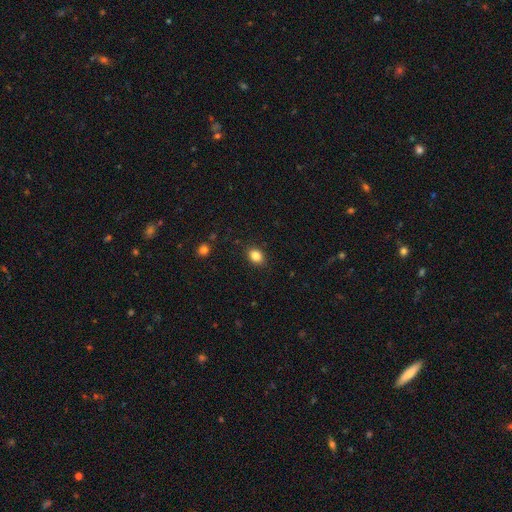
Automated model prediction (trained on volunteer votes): Smooth or featured?
  - smooth: 84% *
  - star or artifact: 10%
  - featured or disk: 5%
How rounded?
  - in between: 61% *
  - round: 38%
  - cigar-shaped: 1%
Merging?
  - none: 87% *
  - minor disturbance: 9%
  - major disturbance: 2%
  - merger: 1%